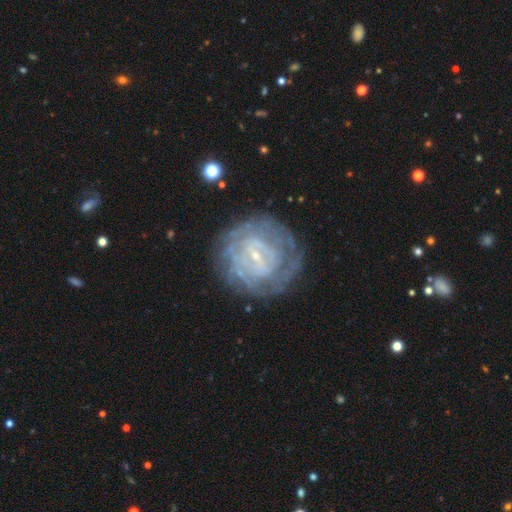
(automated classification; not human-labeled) smooth-or-featured: featured or disk: 79% | smooth: 14% | star or artifact: 7%
  disk-edge-on: no: 97% | yes: 3%
    bar: weak: 49% | no: 26% | strong: 25%
    has-spiral-arms: yes: 80% | no: 20%
      spiral-winding: tight: 76% | medium: 18% | loose: 6%
      spiral-arm-count: can't tell: 56% | 2: 15% | 3: 9% | 4: 9% | more than 4: 6% | 1: 5%
    bulge-size: small: 81% | moderate: 10% | none: 6% | large: 1% | dominant: 1%
  merging: none: 78% | minor disturbance: 13% | major disturbance: 7% | merger: 2%